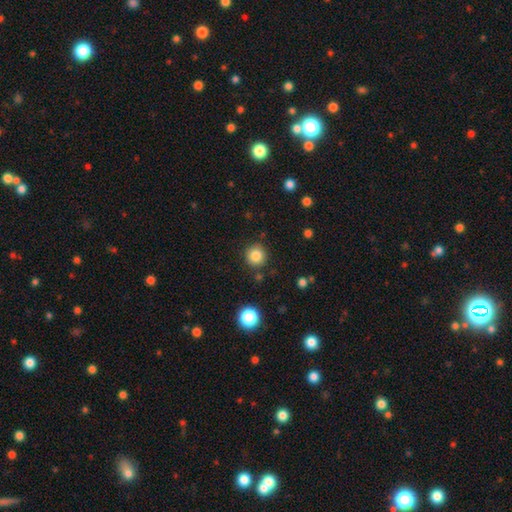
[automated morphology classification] smooth 85%, star or artifact 10%, featured or disk 5%. Down the decision tree: how rounded — round (94%); merging — none (87%).